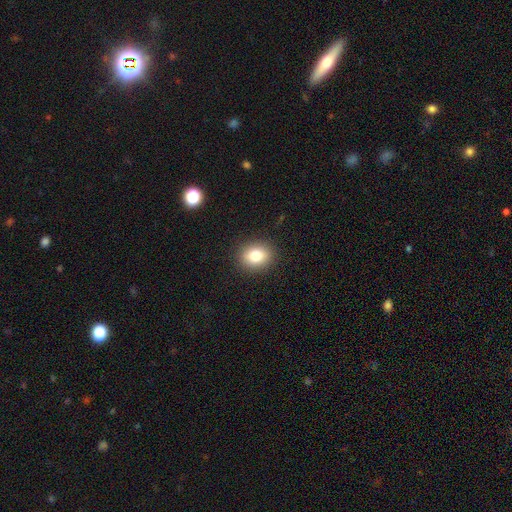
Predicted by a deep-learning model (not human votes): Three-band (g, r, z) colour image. It shows a smooth galaxy with no disk features (81%) that is round (53%). Merging: none (90%).